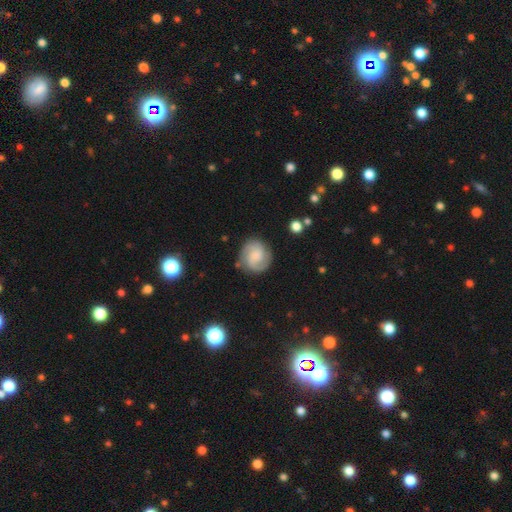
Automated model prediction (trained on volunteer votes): A featured or disk galaxy (70%) with no bar (55%), 2 (81%) medium (46%) spiral arms (95%) and a small central bulge (40%). Merging: none (79%).